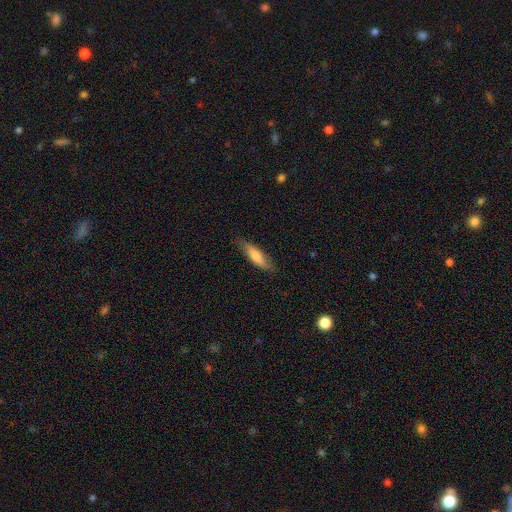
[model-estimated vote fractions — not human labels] A smooth galaxy with no disk features (73%) that is cigar-shaped (64%). Merging: none (78%).